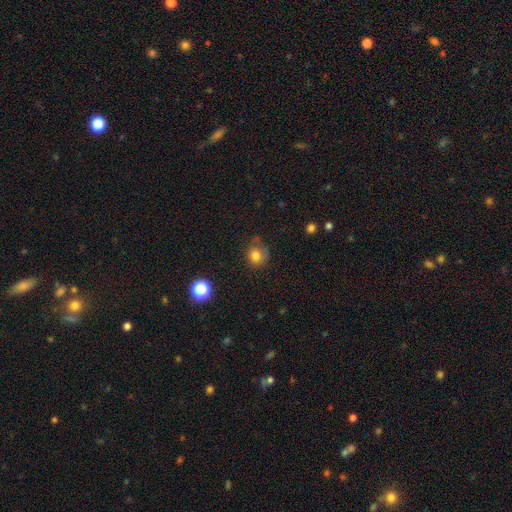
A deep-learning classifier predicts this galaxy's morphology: Overall: smooth (79%). How rounded: round (79%). Merging: none (59%; minor disturbance 27%).